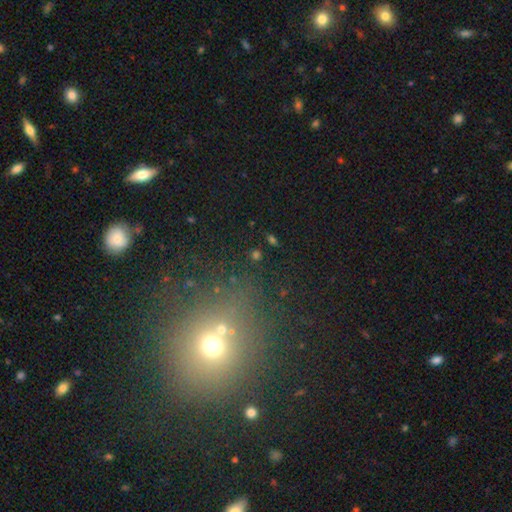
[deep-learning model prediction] Smooth or featured?
  - star or artifact: 48% *
  - smooth: 39%
  - featured or disk: 14%